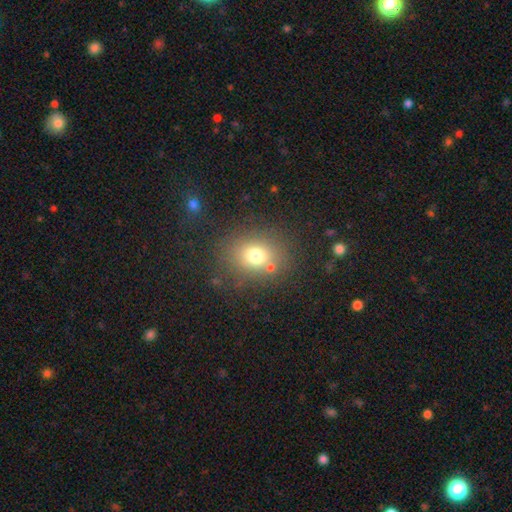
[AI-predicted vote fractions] Overall: smooth (72%). How rounded: round (63%; in between 36%). Merging: none (76%).